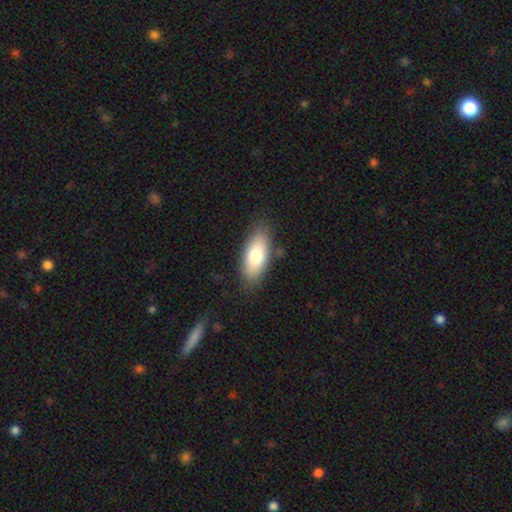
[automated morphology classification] Overall: smooth (76%). How rounded: in between (85%). Merging: none (82%).